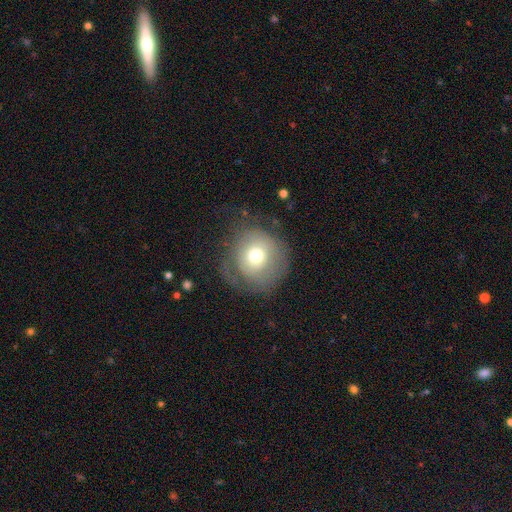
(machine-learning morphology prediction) Smooth or featured? Predicted: smooth (p=0.57). How rounded? Predicted: round (p=0.86). Merging? Predicted: none (p=0.56).